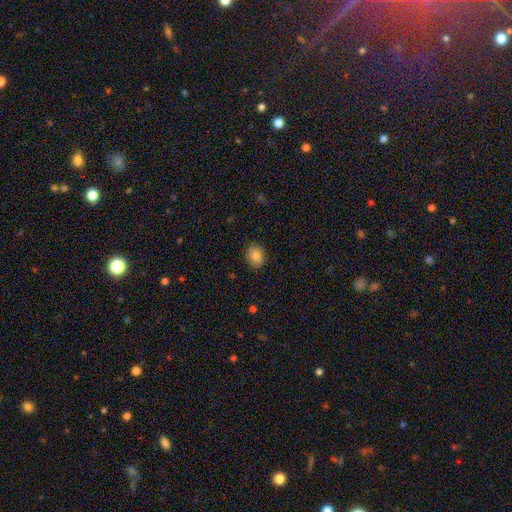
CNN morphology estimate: This appears to be a smooth galaxy with no disk features (86%) that is round (57%). Merging: none (87%).